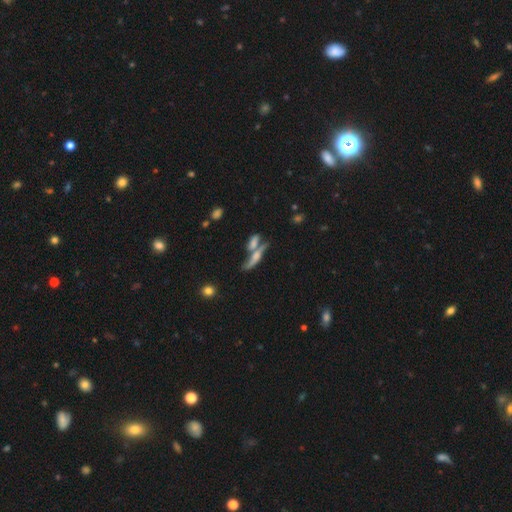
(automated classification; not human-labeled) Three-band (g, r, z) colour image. It shows a featured or disk galaxy (50%). Merging: merger (42%).